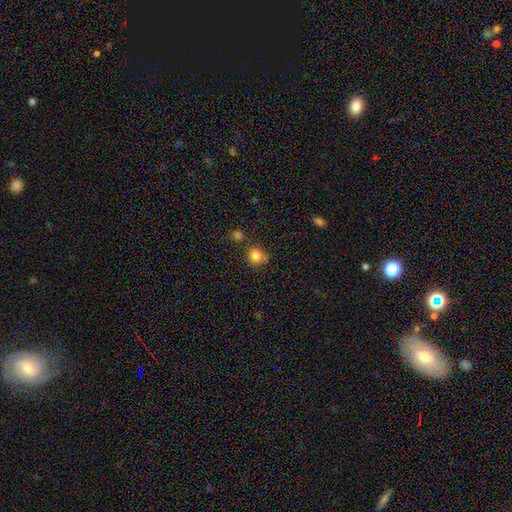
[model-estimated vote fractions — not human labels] smooth-or-featured: smooth: 84% | star or artifact: 11% | featured or disk: 5%
  how-rounded: round: 90% | in between: 9% | cigar-shaped: 1%
  merging: none: 69% | minor disturbance: 14% | merger: 12% | major disturbance: 4%